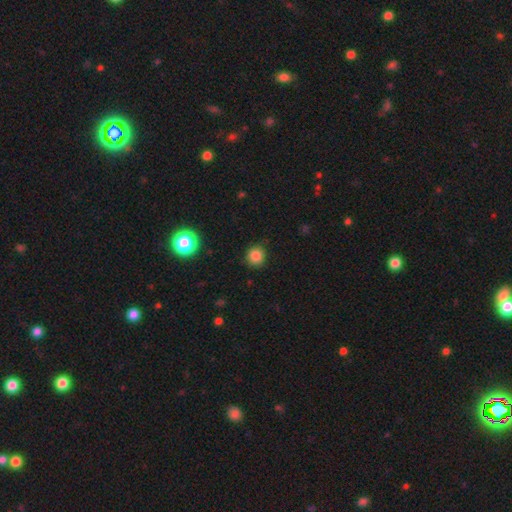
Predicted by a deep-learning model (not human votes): The model was most divided on "smooth or featured": smooth: 83%, star or artifact: 12%, featured or disk: 4%. More confident: how rounded — round (90%); merging — none (87%).